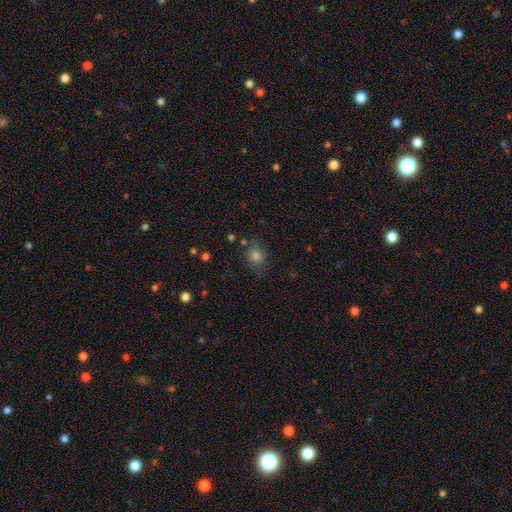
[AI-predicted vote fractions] smooth-or-featured: smooth: 68% | star or artifact: 21% | featured or disk: 11%
  how-rounded: round: 74% | in between: 25% | cigar-shaped: 1%
  merging: none: 75% | minor disturbance: 16% | major disturbance: 6% | merger: 3%